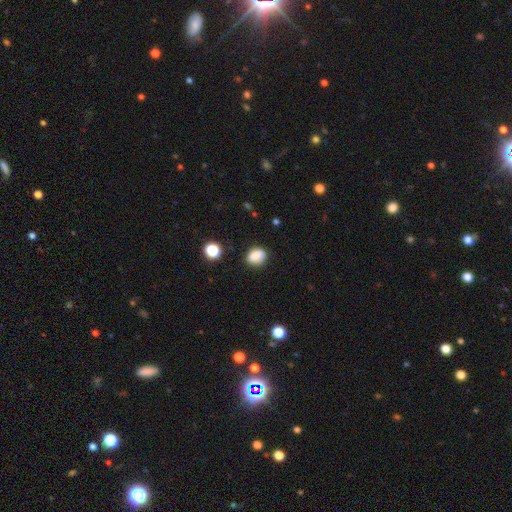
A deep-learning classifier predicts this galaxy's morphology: Q: Smooth or featured?
A: smooth (86%); runner-up: star or artifact (10%)
Q: How rounded?
A: in between (56%); runner-up: round (43%)
Q: Merging?
A: none (82%); runner-up: minor disturbance (13%)